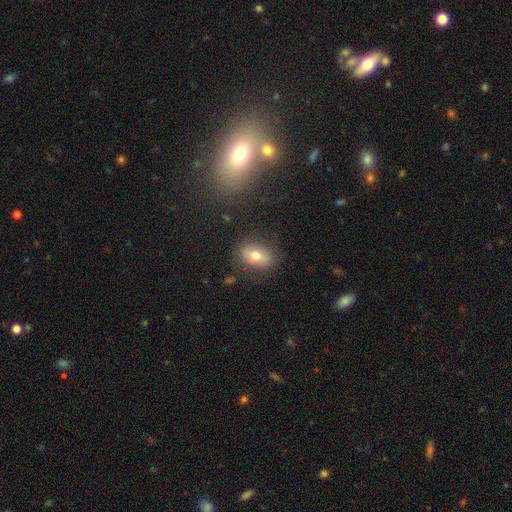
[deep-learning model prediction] A smooth galaxy with no disk features (65%) that is in between round and cigar-shaped (72%). Merging: none (78%).